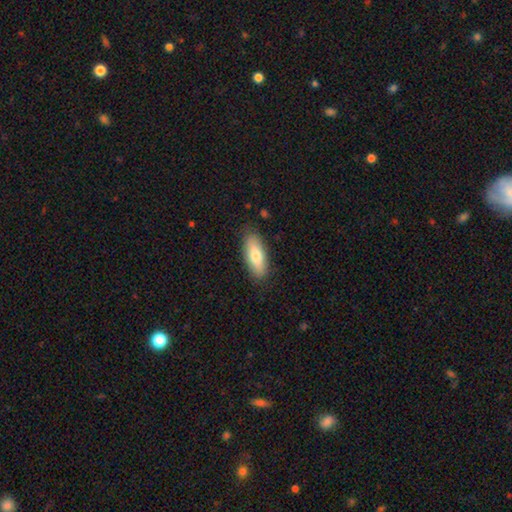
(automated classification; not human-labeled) A smooth galaxy with no disk features (75%) that is in between round and cigar-shaped (72%).

Vote fractions:
- Smooth or featured? smooth: 75% / featured or disk: 19% / star or artifact: 6%
- How rounded? in between: 72% / cigar-shaped: 25% / round: 2%
- Merging? none: 85% / minor disturbance: 11% / major disturbance: 2% / merger: 1%